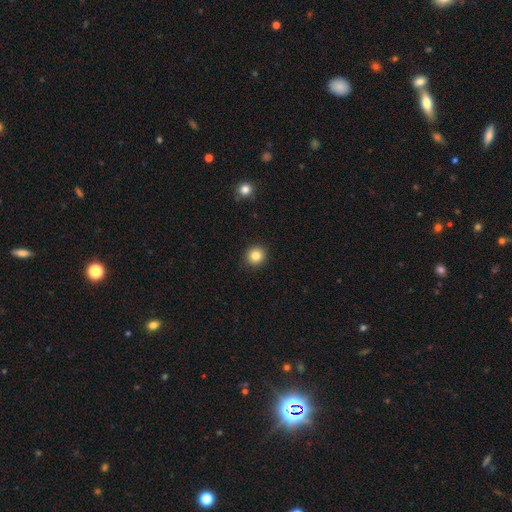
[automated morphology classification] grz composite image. It shows a smooth galaxy with no disk features (84%) that is round (89%). Merging: none (91%).